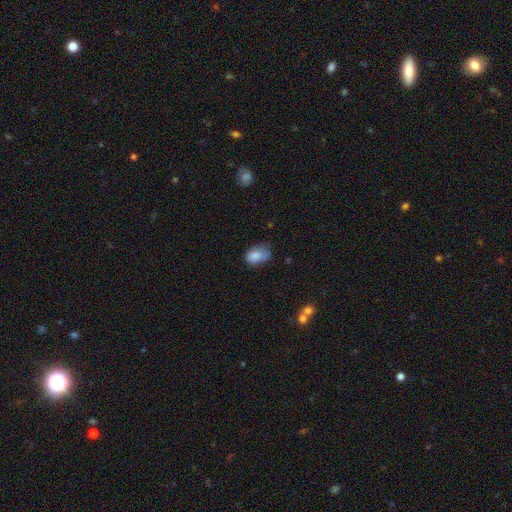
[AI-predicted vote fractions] Morphology: type=smooth (83%); roundness=in between (87%); merging=none (49%).